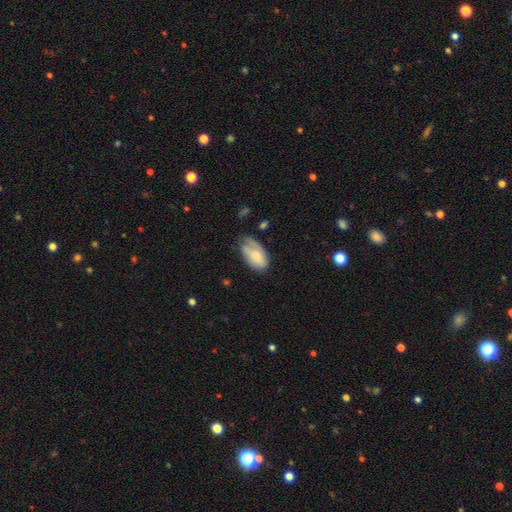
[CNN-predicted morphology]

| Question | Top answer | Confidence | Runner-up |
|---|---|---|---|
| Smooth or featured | smooth | 67% | featured or disk (26%) |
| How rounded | in between | 93% | round (4%) |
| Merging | none | 45% | minor disturbance (37%) |